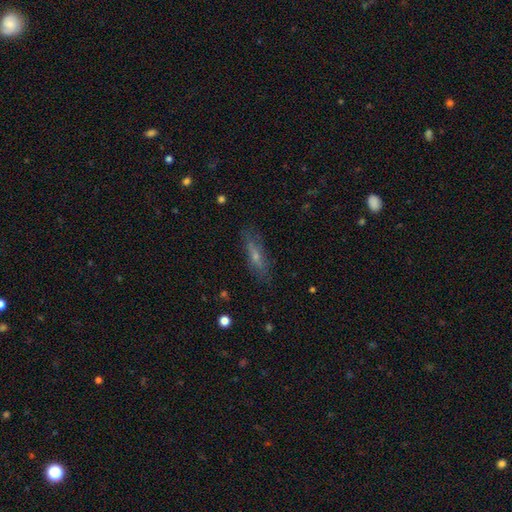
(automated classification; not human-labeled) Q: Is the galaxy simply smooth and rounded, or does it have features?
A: smooth — 49%.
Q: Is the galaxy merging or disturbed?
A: none — 79%.